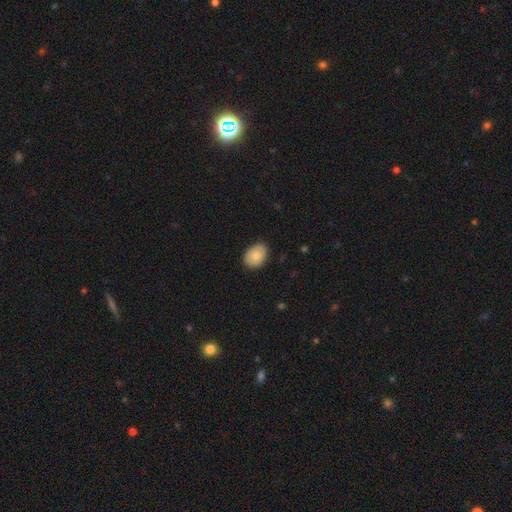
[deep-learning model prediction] A smooth galaxy with no disk features (84%) that is in between round and cigar-shaped (75%). Merging: none (82%).